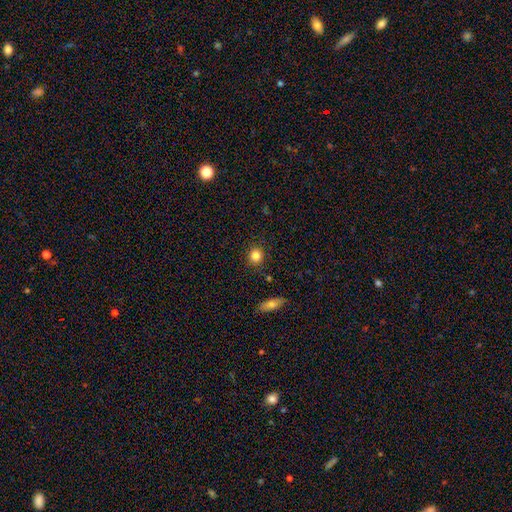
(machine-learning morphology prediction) Smooth or featured: smooth — 83% (star or artifact — 10%)
How rounded: round — 84% (in between — 15%)
Merging: none — 88% (minor disturbance — 8%)